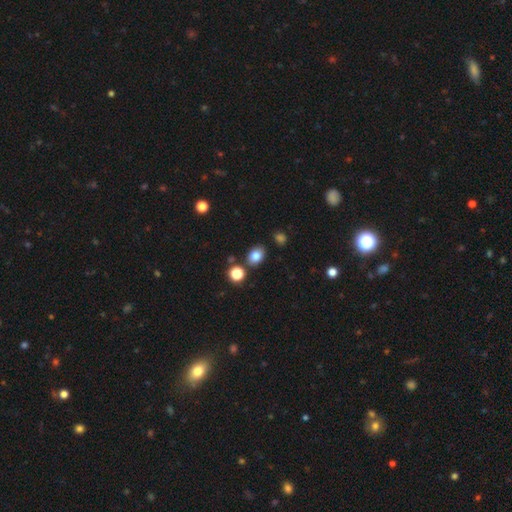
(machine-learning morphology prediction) This appears to be a smooth galaxy with no disk features (82%) that is in between round and cigar-shaped (66%). Merging: none (81%).